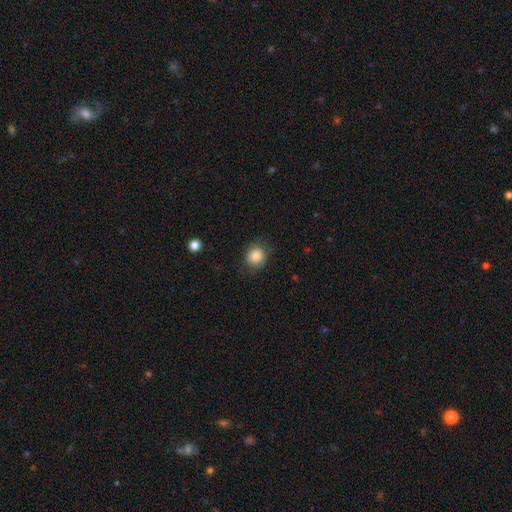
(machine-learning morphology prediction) Smooth or featured? Predicted: smooth (p=0.85). How rounded? Predicted: round (p=0.79). Merging? Predicted: none (p=0.77).